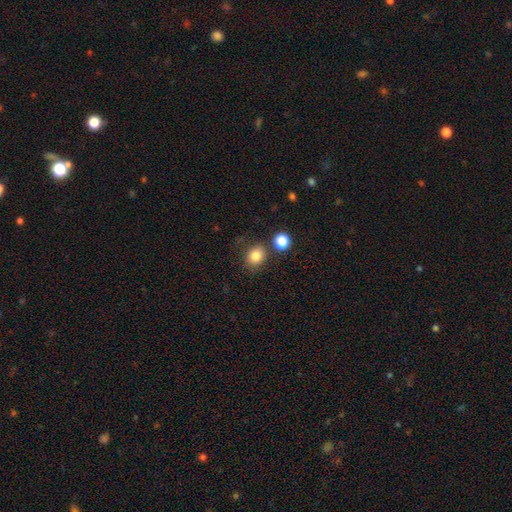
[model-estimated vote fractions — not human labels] Smooth or featured: smooth — 84% (star or artifact — 11%)
How rounded: round — 63% (in between — 36%)
Merging: none — 72% (minor disturbance — 13%)